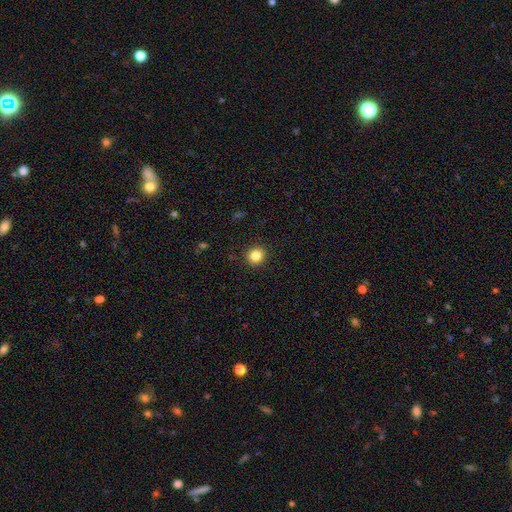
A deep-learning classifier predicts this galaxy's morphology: Smooth or featured: smooth — 84% (star or artifact — 11%)
How rounded: round — 90% (in between — 9%)
Merging: none — 92% (minor disturbance — 5%)